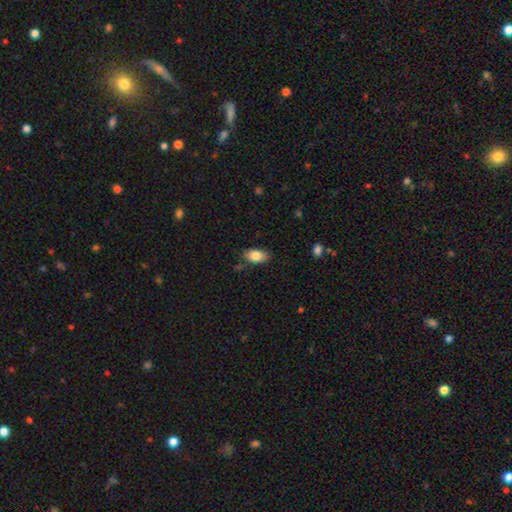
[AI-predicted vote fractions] Smooth or featured? smooth (83%)
How rounded? in between (91%)
Merging? none (80%)